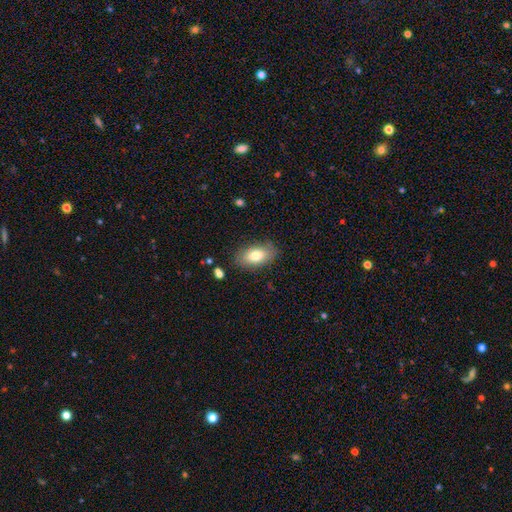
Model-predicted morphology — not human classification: Overall: smooth (78%). How rounded: in between (91%). Merging: none (82%).